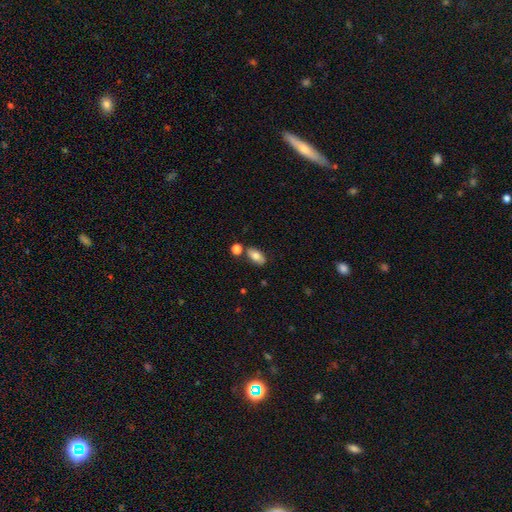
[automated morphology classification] A smooth galaxy with no disk features (78%) that is in between round and cigar-shaped (90%).

Vote fractions:
- Smooth or featured? smooth: 78% / featured or disk: 14% / star or artifact: 8%
- How rounded? in between: 90% / round: 5% / cigar-shaped: 5%
- Merging? none: 73% / merger: 12% / minor disturbance: 12% / major disturbance: 3%